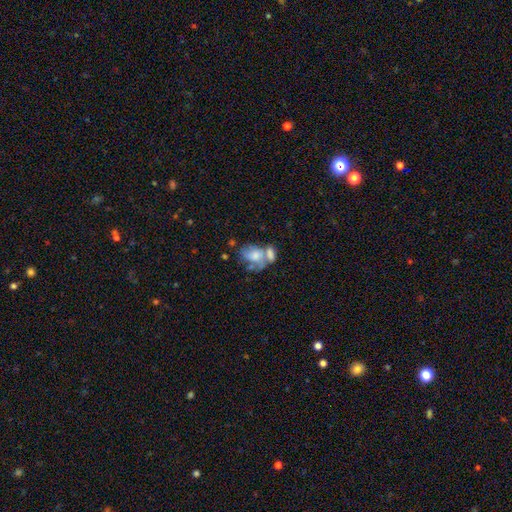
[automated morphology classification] Overall: smooth (55%; featured or disk 36%). How rounded: in between (76%). Merging: merger (56%; none 18%).